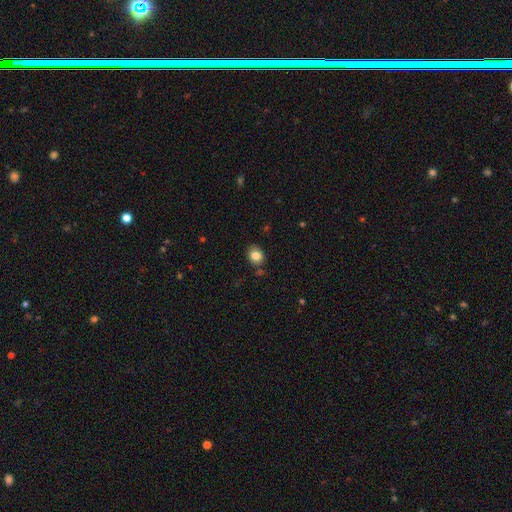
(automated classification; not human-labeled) This appears to be a smooth galaxy with no disk features (82%) that is round (56%). Merging: none (82%).